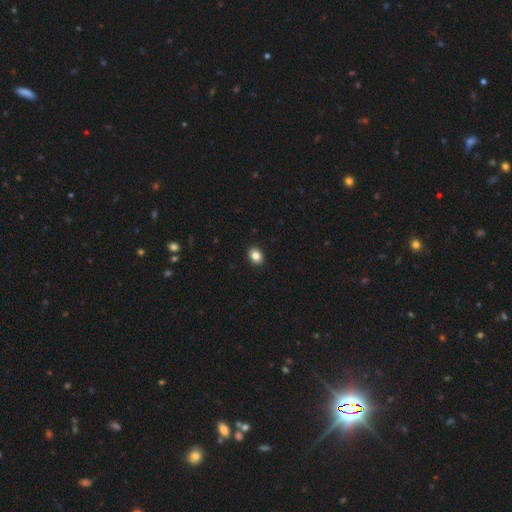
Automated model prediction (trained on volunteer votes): Smooth or featured?
  - smooth: 85% *
  - star or artifact: 10%
  - featured or disk: 5%
How rounded?
  - in between: 57% *
  - round: 42%
  - cigar-shaped: 1%
Merging?
  - none: 92% *
  - minor disturbance: 6%
  - major disturbance: 2%
  - merger: 1%